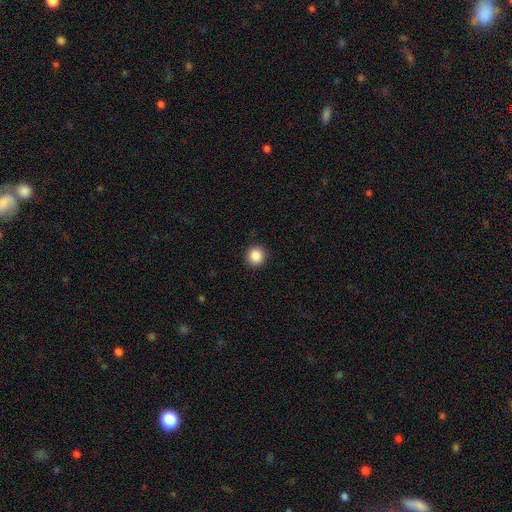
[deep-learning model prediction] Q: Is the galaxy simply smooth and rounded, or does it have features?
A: smooth — 87%.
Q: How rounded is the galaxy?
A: round — 95%.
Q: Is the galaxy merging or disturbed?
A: none — 92%.